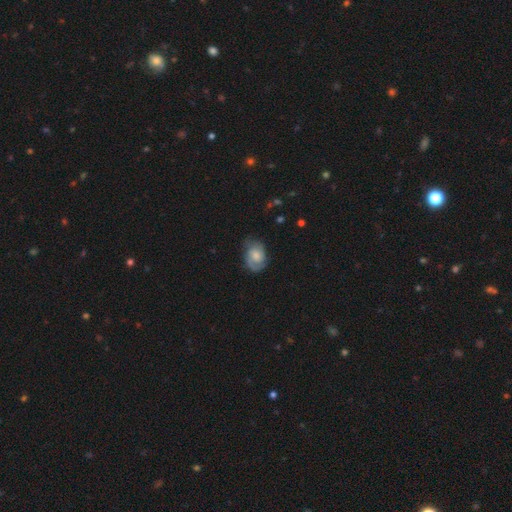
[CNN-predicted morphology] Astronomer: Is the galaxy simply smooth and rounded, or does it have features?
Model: featured or disk — 63%.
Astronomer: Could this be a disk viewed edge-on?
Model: no — 97%.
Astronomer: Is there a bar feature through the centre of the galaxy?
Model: no — 63%.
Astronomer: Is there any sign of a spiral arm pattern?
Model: yes — 91%.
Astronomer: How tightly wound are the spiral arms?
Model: tight — 45% (runner-up: medium, 41%).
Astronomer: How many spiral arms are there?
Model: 2 — 63%.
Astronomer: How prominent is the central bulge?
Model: moderate — 42% (runner-up: small, 30%).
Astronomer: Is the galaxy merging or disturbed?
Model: none — 66%.